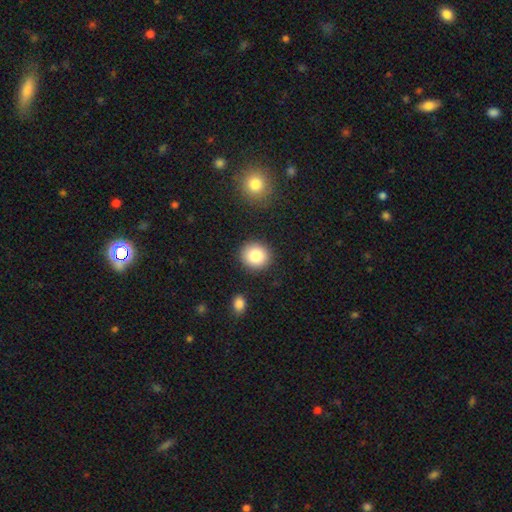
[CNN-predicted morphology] Overall: smooth (83%). How rounded: round (86%). Merging: none (89%).